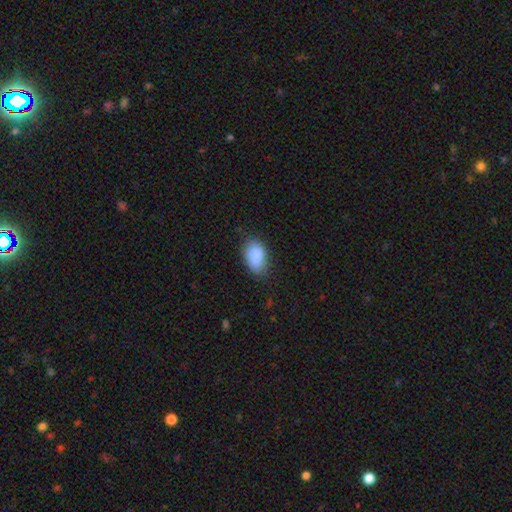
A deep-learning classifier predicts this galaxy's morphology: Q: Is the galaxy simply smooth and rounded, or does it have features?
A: smooth — 88%.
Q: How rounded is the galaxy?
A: in between — 90%.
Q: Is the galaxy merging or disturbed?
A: none — 70%.